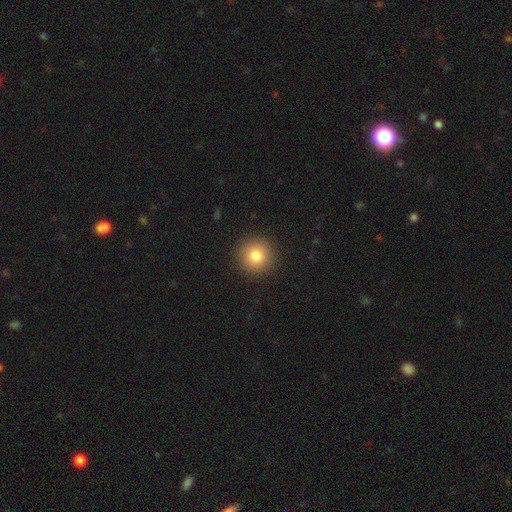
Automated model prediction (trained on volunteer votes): Q: Smooth or featured?
A: smooth (83%); runner-up: star or artifact (11%)
Q: How rounded?
A: round (95%); runner-up: in between (4%)
Q: Merging?
A: none (92%); runner-up: minor disturbance (5%)